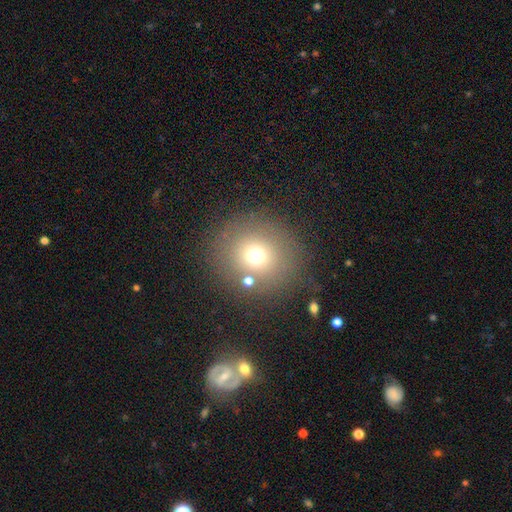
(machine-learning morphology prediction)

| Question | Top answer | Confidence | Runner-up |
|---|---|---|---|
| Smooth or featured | smooth | 69% | star or artifact (17%) |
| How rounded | round | 91% | in between (8%) |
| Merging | none | 81% | minor disturbance (9%) |